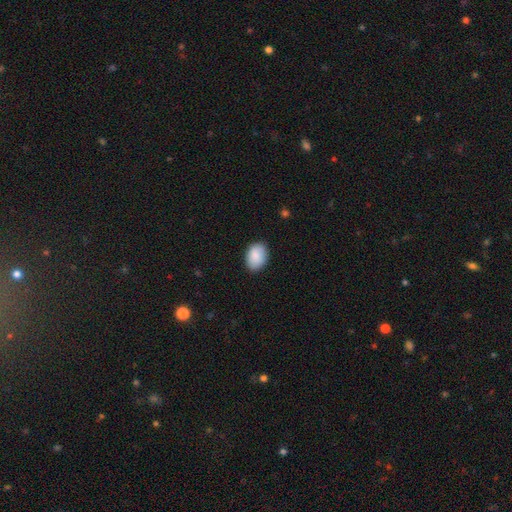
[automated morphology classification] Smooth or featured? smooth (89%)
How rounded? in between (82%)
Merging? none (86%)